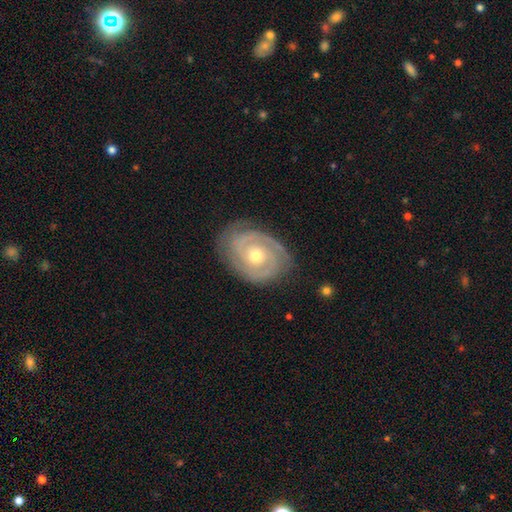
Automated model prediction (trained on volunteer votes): The model was most divided on "bulge size": moderate: 65%, small: 31%, large: 2%, none: 1%, dominant: 1%. More confident: spiral arms — yes (97%); edge-on disk — no (97%); smooth or featured — featured or disk (89%); merging — none (82%); spiral winding — tight (74%); bar — no (72%); spiral arm count — 2 (68%).